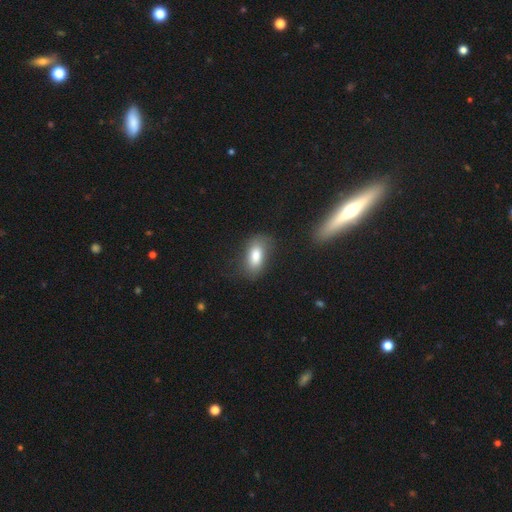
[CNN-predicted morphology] smooth-or-featured: smooth: 80% | featured or disk: 12% | star or artifact: 8%
  how-rounded: in between: 90% | round: 5% | cigar-shaped: 5%
  merging: none: 68% | minor disturbance: 21% | major disturbance: 9% | merger: 3%